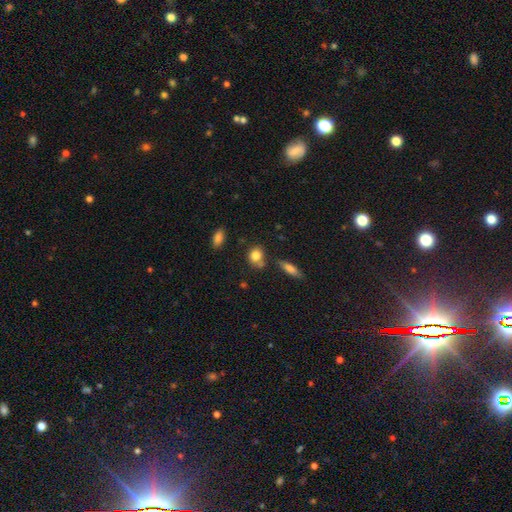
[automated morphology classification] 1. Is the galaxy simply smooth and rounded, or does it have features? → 82% smooth, 9% star or artifact, 9% featured or disk.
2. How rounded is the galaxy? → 58% round, 39% in between, 3% cigar-shaped.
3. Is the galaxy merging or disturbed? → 63% none, 18% minor disturbance, 14% merger, 5% major disturbance.